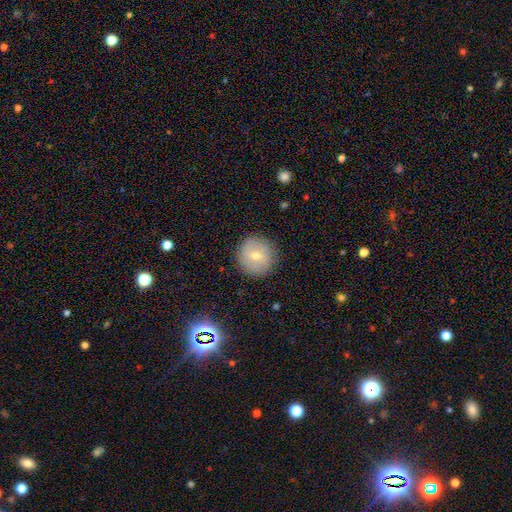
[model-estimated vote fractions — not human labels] Q: Smooth or featured?
A: smooth (63%); runner-up: featured or disk (28%)
Q: How rounded?
A: round (94%); runner-up: in between (5%)
Q: Merging?
A: none (88%); runner-up: minor disturbance (8%)